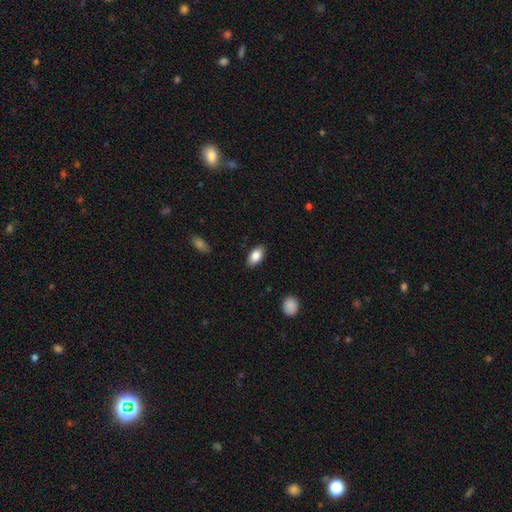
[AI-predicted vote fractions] This is clearly a smooth galaxy (85%). How rounded: clearly in between (92%). Merging: clearly none (87%).